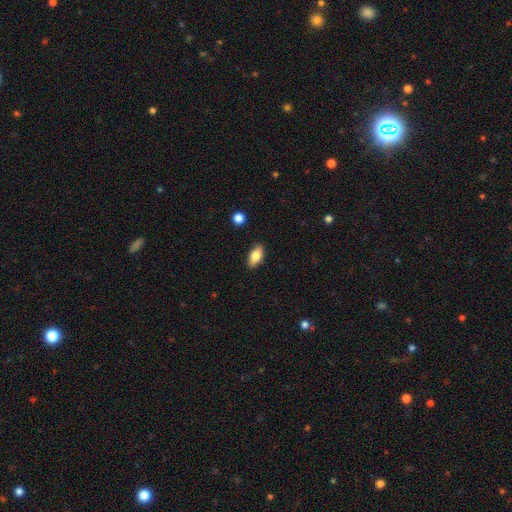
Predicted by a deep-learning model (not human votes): A smooth galaxy with no disk features (80%) that is in between round and cigar-shaped (89%). Merging: none (87%).